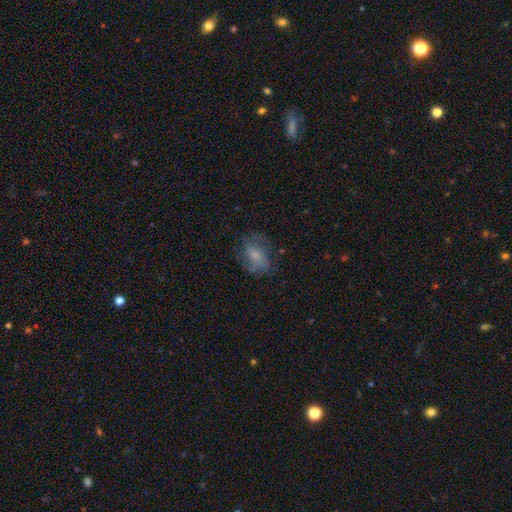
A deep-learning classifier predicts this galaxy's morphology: This is possibly a smooth galaxy (46%). Merging: likely none (62%).